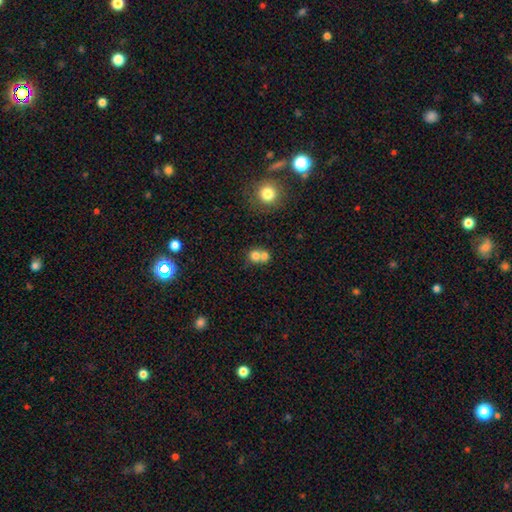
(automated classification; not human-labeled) smooth-or-featured: smooth: 74% | featured or disk: 15% | star or artifact: 12%
  how-rounded: round: 81% | in between: 18% | cigar-shaped: 1%
  merging: merger: 57% | none: 35% | minor disturbance: 6% | major disturbance: 3%